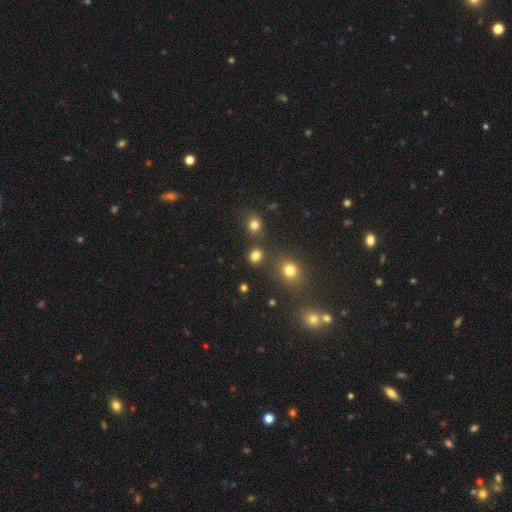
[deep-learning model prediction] The model was most divided on "how rounded": round: 75%, in between: 24%, cigar-shaped: 1%. More confident: smooth or featured — smooth (79%); merging — none (76%).